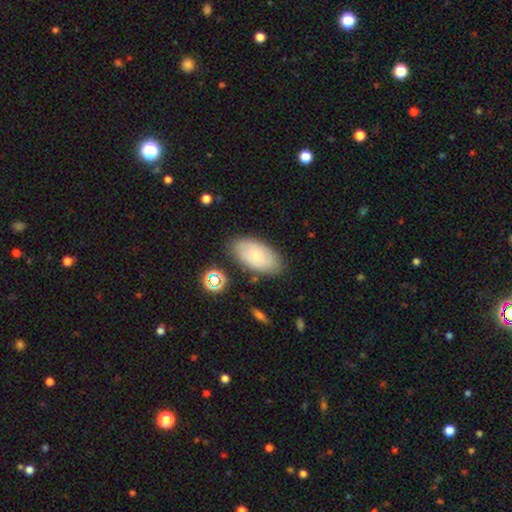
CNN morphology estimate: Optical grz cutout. It shows a smooth galaxy with no disk features (68%) that is in between round and cigar-shaped (94%). Merging: none (80%).